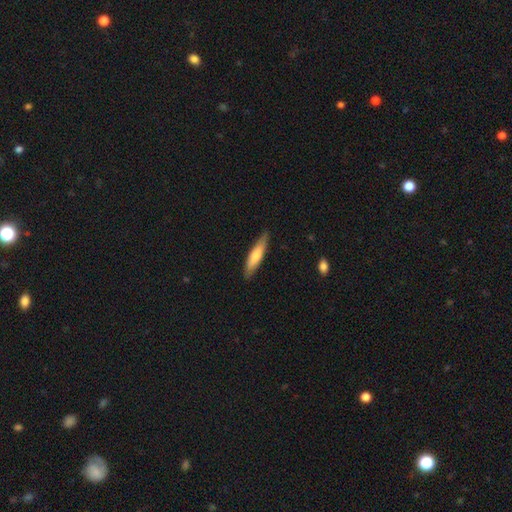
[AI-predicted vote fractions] Morphology: type=smooth (68%); roundness=cigar-shaped (80%); merging=none (84%).